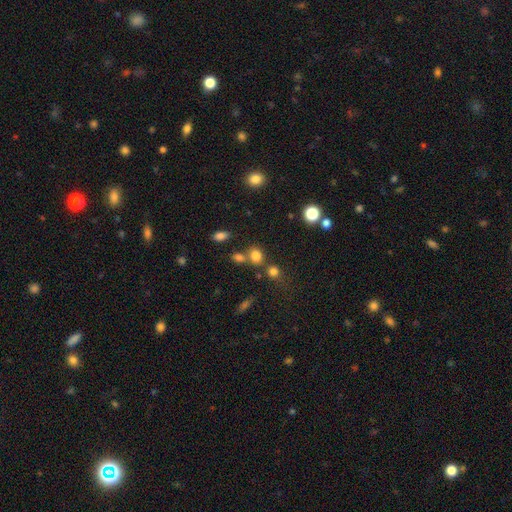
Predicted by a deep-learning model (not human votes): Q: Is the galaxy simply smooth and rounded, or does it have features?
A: smooth — 78%.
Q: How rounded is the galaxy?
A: round — 54%.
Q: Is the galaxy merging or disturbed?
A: none — 58%.